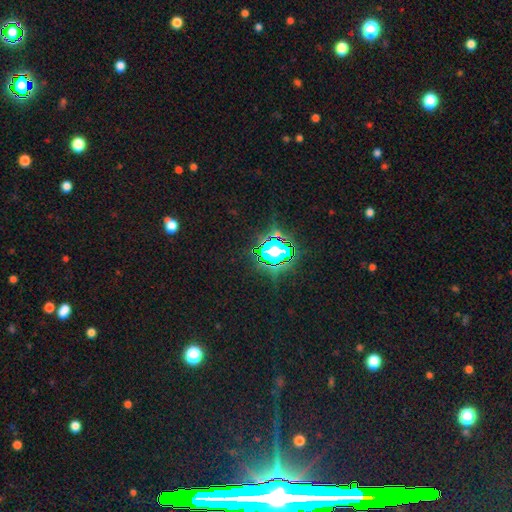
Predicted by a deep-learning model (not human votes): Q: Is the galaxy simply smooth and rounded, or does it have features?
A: star or artifact — 78%.